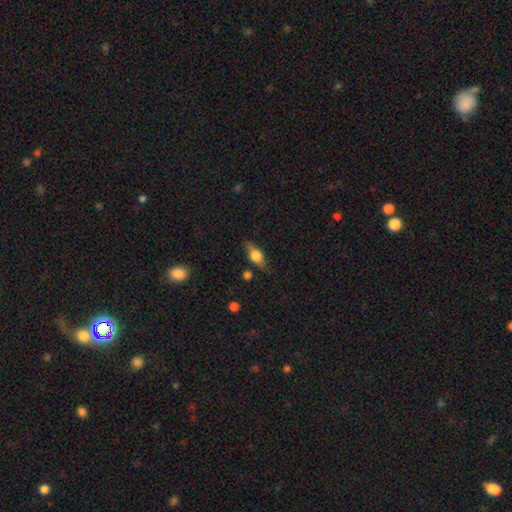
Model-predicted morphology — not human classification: Smooth or featured?
  - smooth: 54% *
  - featured or disk: 38%
  - star or artifact: 8%
How rounded?
  - in between: 66% *
  - cigar-shaped: 23%
  - round: 10%
Merging?
  - none: 77% *
  - minor disturbance: 17%
  - major disturbance: 5%
  - merger: 2%